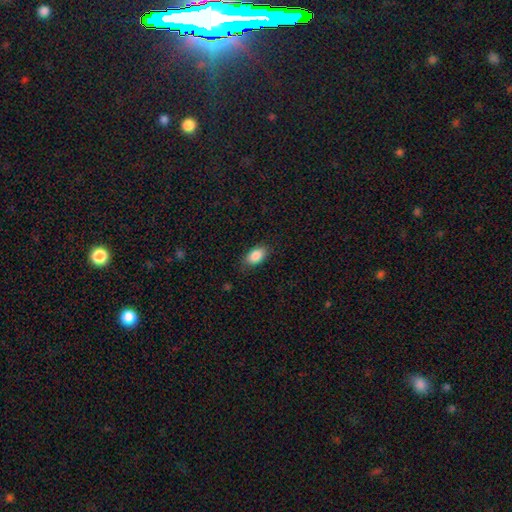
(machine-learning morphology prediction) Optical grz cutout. It shows a smooth galaxy with no disk features (87%) that is in between round and cigar-shaped (91%). Merging: none (80%).